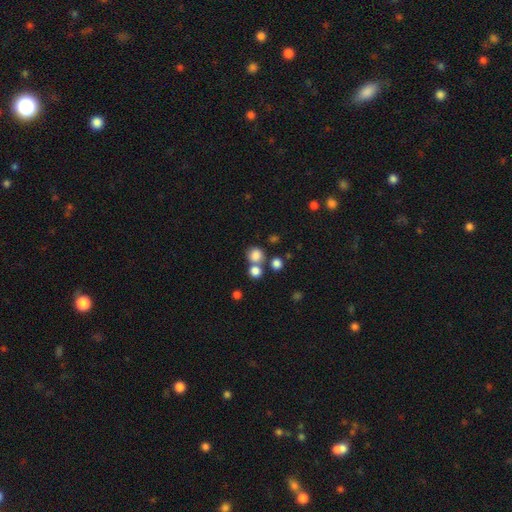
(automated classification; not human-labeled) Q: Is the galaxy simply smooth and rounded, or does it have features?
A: smooth — 81%.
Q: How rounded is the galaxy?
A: round — 85%.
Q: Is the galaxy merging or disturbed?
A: none — 55%.